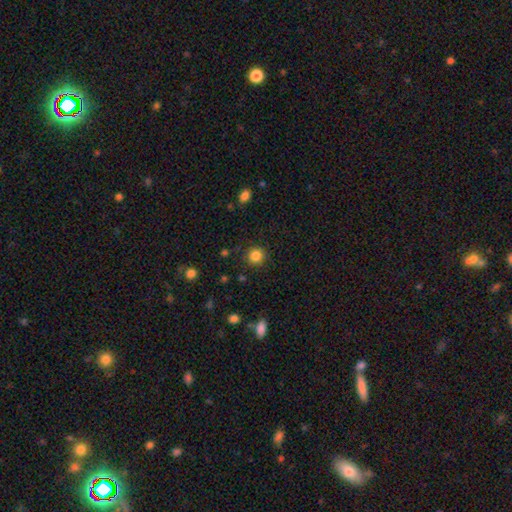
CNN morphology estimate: Overall: smooth (84%). How rounded: round (92%). Merging: none (89%).